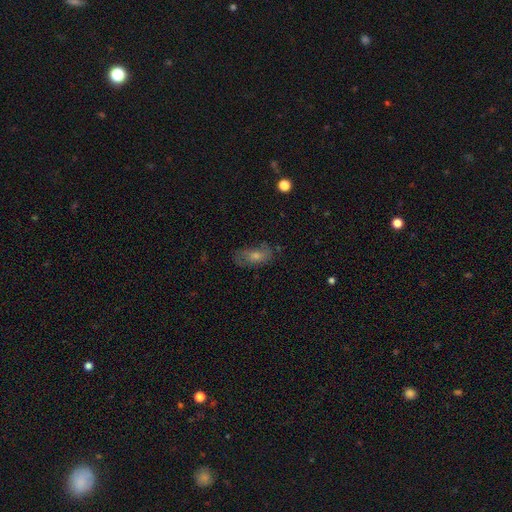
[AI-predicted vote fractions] Smooth or featured? Predicted: featured or disk (p=0.47). Merging? Predicted: none (p=0.72).